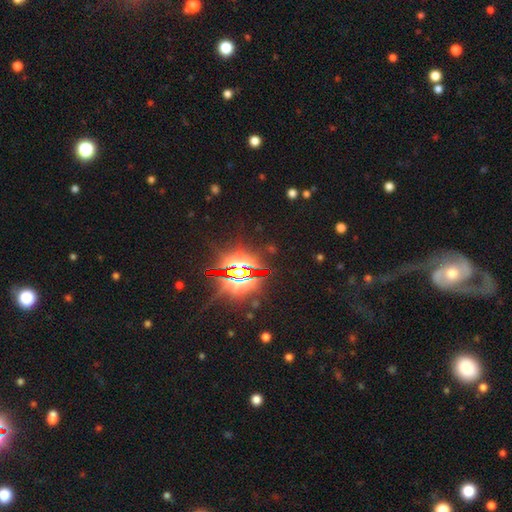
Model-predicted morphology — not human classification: Smooth or featured: star or artifact — 74% (featured or disk — 15%)